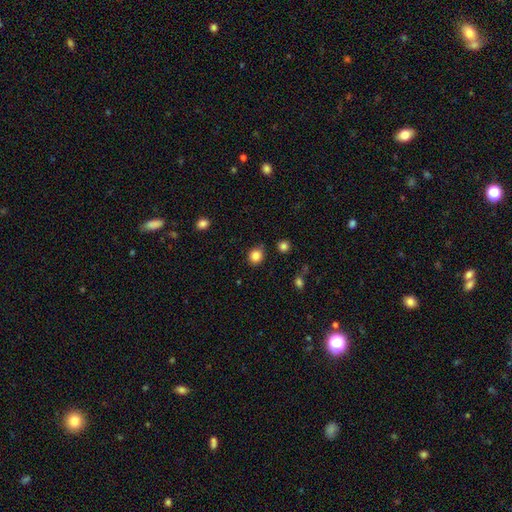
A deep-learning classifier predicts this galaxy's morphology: A smooth galaxy with no disk features (85%) that is round (81%).

Vote fractions:
- Smooth or featured? smooth: 85% / star or artifact: 11% / featured or disk: 4%
- How rounded? round: 81% / in between: 18% / cigar-shaped: 1%
- Merging? none: 82% / minor disturbance: 13% / merger: 3% / major disturbance: 3%